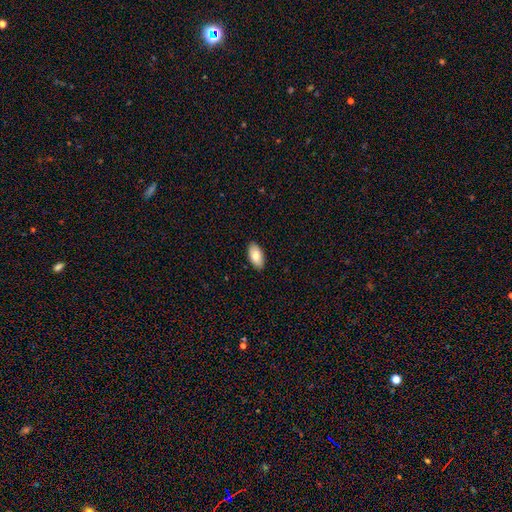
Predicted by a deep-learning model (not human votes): Smooth or featured: smooth — 82% (featured or disk — 12%)
How rounded: in between — 95% (cigar-shaped — 3%)
Merging: none — 89% (minor disturbance — 8%)